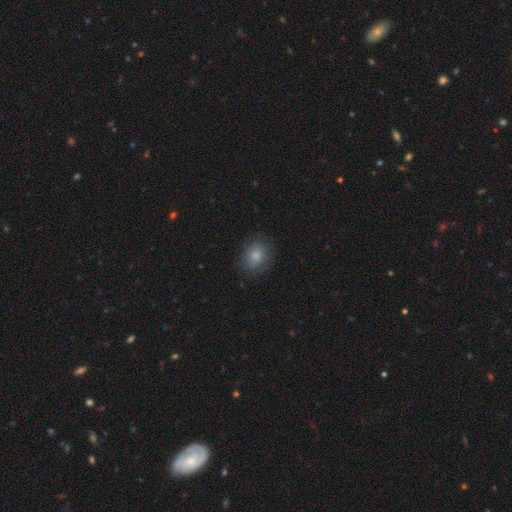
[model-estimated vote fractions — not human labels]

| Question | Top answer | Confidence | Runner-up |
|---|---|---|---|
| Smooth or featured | smooth | 81% | featured or disk (11%) |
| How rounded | in between | 52% | round (46%) |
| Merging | none | 79% | minor disturbance (15%) |